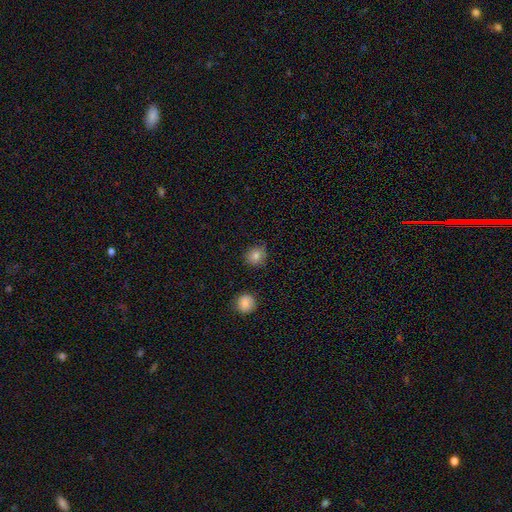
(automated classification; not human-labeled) A smooth galaxy with no disk features (82%) that is round (85%). Merging: none (82%).